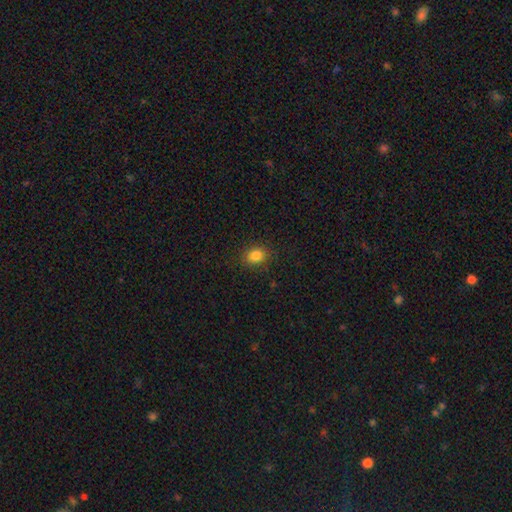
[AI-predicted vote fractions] smooth_or_featured: smooth (p=0.84) [alt: star or artifact p=0.11]
how_rounded: in between (p=0.56) [alt: round p=0.43]
merging: none (p=0.88) [alt: minor disturbance p=0.09]